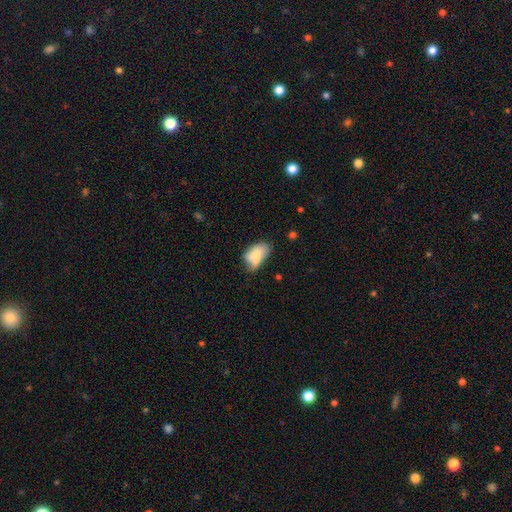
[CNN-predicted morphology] smooth 75%, featured or disk 17%, star or artifact 8%. Down the decision tree: how rounded — in between (90%); merging — minor disturbance (40%).